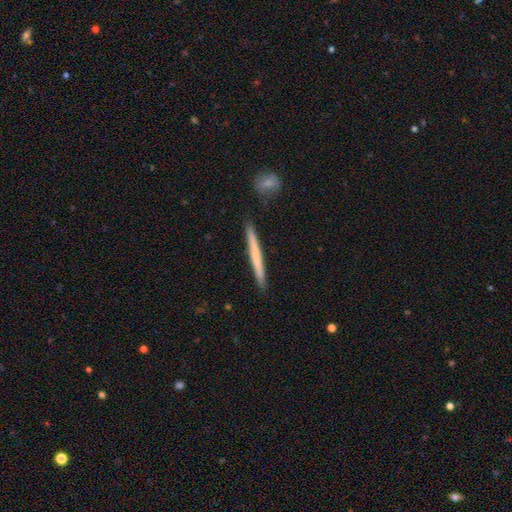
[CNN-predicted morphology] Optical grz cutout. It shows a smooth galaxy with no disk features (58%) that is cigar-shaped (97%). Merging: none (89%).